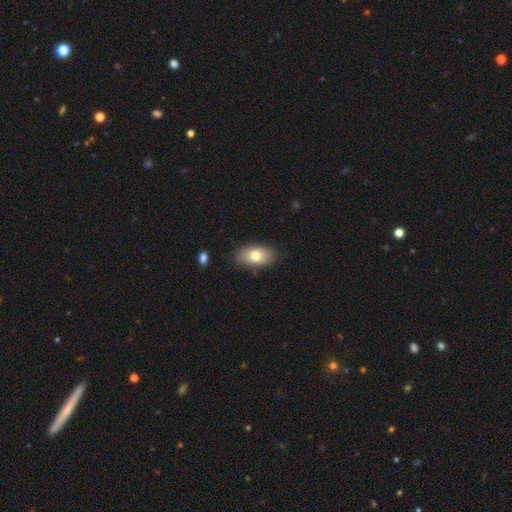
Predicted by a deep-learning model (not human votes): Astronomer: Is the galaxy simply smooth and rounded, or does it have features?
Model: smooth — 76%.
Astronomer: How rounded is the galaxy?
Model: in between — 90%.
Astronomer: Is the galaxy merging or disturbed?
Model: none — 84%.